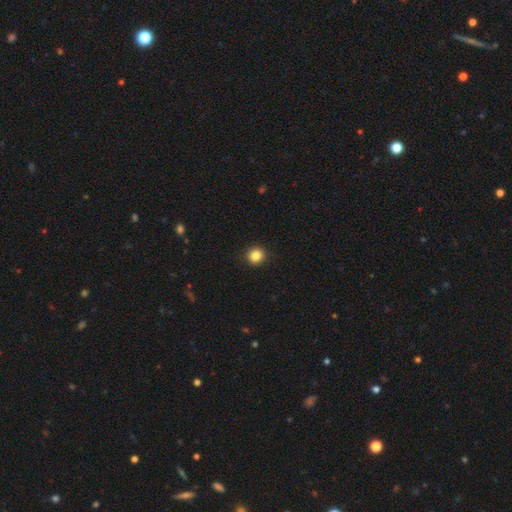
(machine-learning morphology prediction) This is clearly a smooth galaxy (85%). How rounded: clearly round (92%). Merging: clearly none (93%).